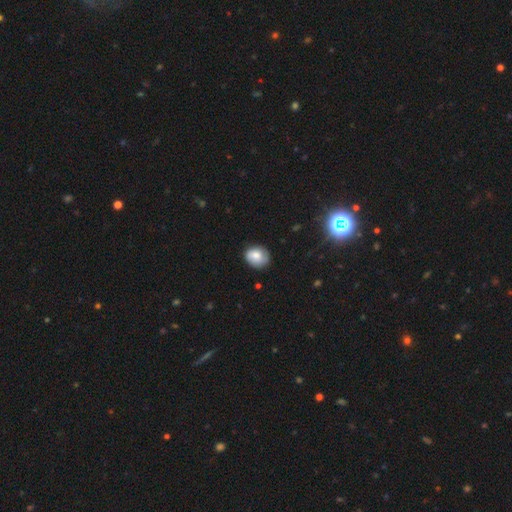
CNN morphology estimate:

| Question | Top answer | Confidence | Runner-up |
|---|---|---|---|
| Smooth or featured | smooth | 71% | featured or disk (20%) |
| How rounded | round | 64% | in between (35%) |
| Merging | none | 74% | minor disturbance (20%) |